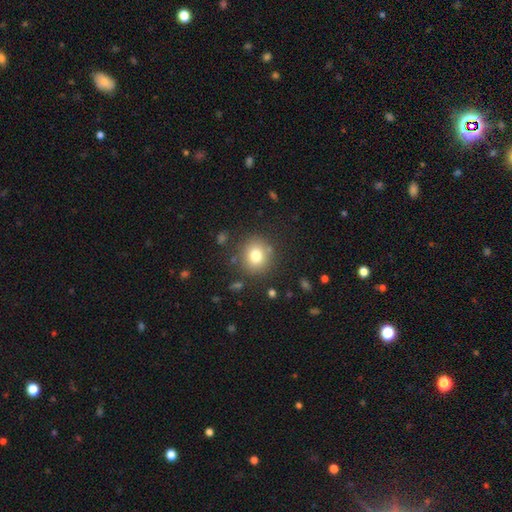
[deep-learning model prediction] smooth-or-featured: smooth: 77% | star or artifact: 12% | featured or disk: 10%
  how-rounded: round: 85% | in between: 14% | cigar-shaped: 1%
  merging: none: 84% | minor disturbance: 9% | major disturbance: 4% | merger: 3%